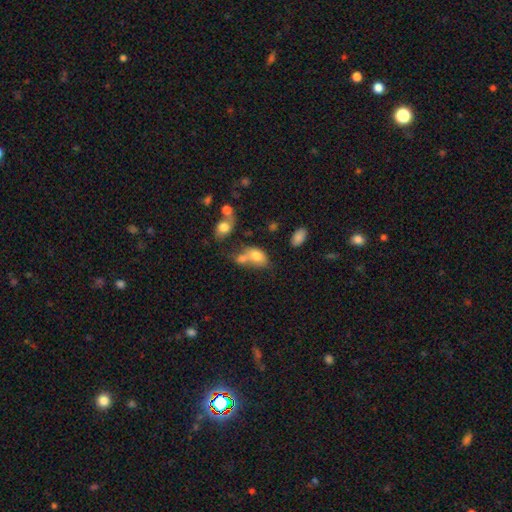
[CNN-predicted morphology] The model was most divided on "merging": merger: 52%, none: 25%, minor disturbance: 13%, major disturbance: 10%. More confident: how rounded — in between (81%); smooth or featured — smooth (74%).